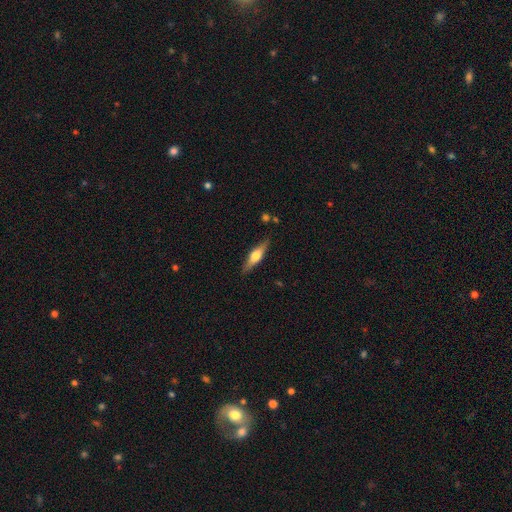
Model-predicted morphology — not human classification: Q: Smooth or featured?
A: featured or disk (53%); runner-up: smooth (41%)
Q: Edge-on disk?
A: yes (93%); runner-up: no (7%)
Q: Merging?
A: none (86%); runner-up: minor disturbance (10%)